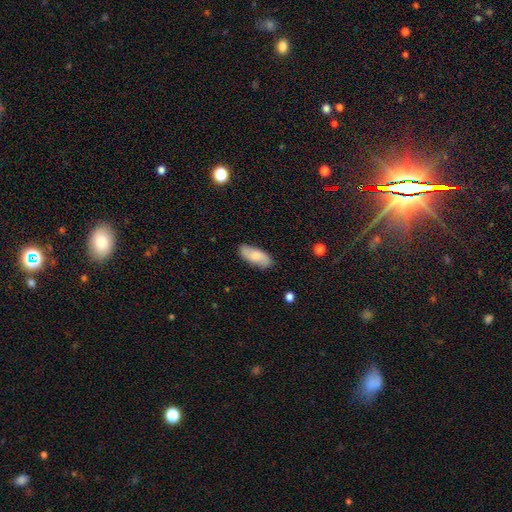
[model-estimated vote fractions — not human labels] A smooth galaxy with no disk features (72%) that is in between round and cigar-shaped (84%).

Vote fractions:
- Smooth or featured? smooth: 72% / featured or disk: 22% / star or artifact: 6%
- How rounded? in between: 84% / cigar-shaped: 14% / round: 2%
- Merging? none: 84% / minor disturbance: 12% / major disturbance: 2% / merger: 1%